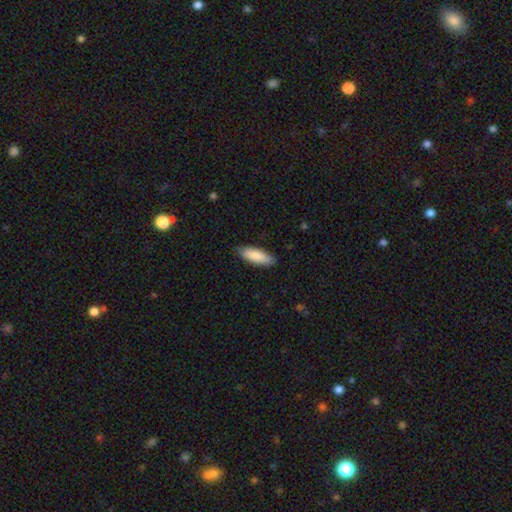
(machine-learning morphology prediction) Smooth or featured? Predicted: smooth (p=0.85). How rounded? Predicted: in between (p=0.58). Merging? Predicted: none (p=0.85).